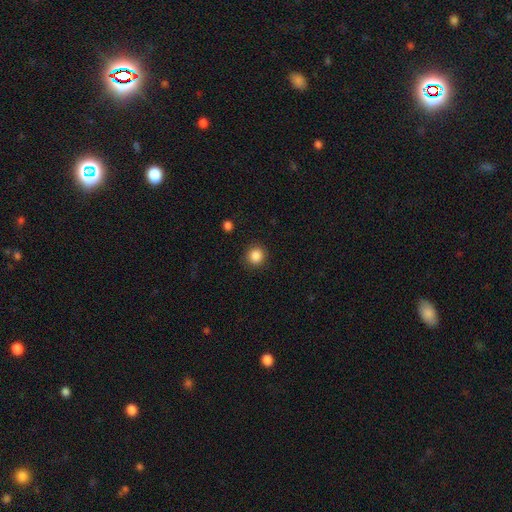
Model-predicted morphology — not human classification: smooth 86%, star or artifact 10%, featured or disk 3%. Down the decision tree: how rounded — round (91%); merging — none (89%).